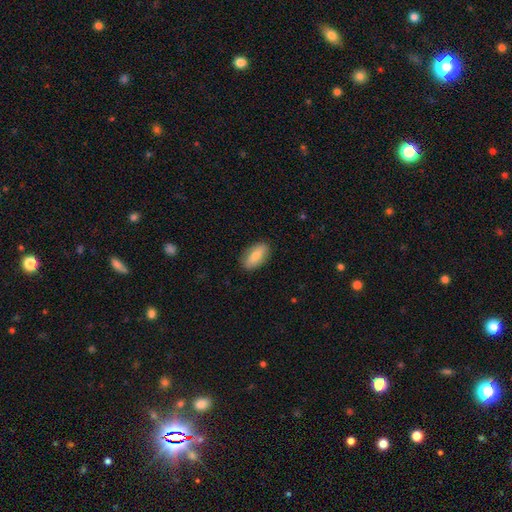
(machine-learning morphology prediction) Smooth or featured: smooth — 74% (featured or disk — 20%)
How rounded: in between — 89% (cigar-shaped — 8%)
Merging: none — 85% (minor disturbance — 11%)